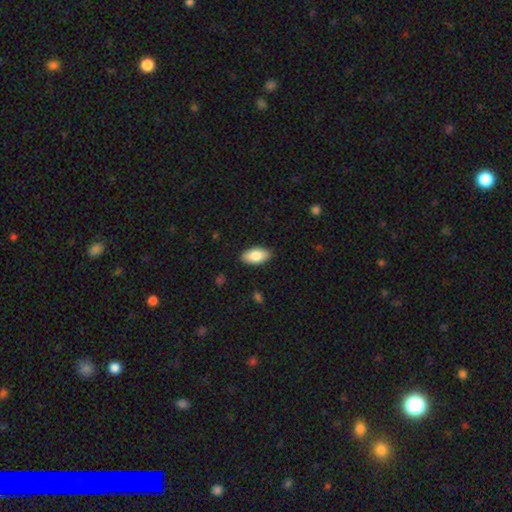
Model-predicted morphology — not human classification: This appears to be a smooth galaxy with no disk features (83%) that is in between round and cigar-shaped (93%). Merging: none (89%).